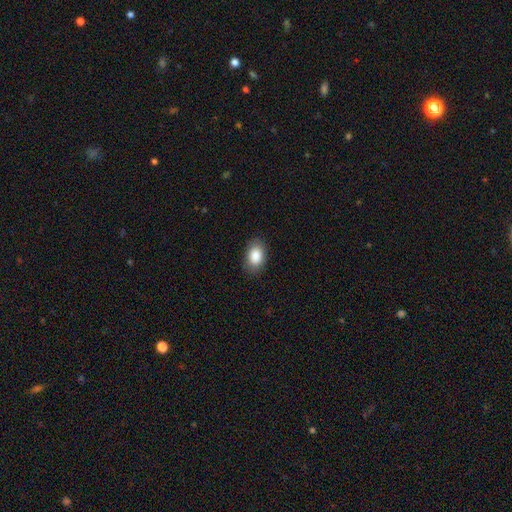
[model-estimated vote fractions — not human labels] Smooth or featured? smooth (87%)
How rounded? in between (83%)
Merging? none (86%)